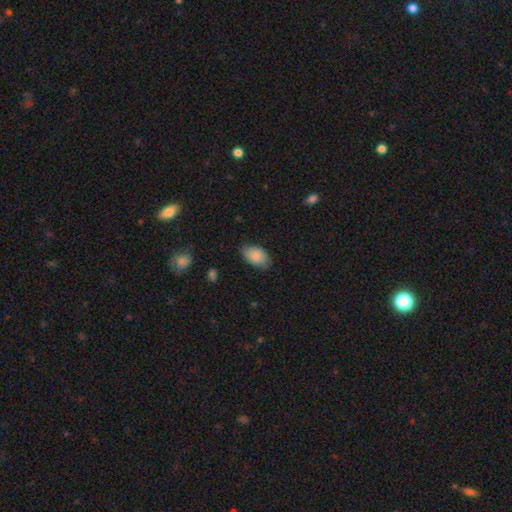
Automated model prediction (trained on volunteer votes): smooth-or-featured: smooth: 85% | featured or disk: 8% | star or artifact: 7%
  how-rounded: in between: 89% | round: 9% | cigar-shaped: 1%
  merging: none: 70% | minor disturbance: 24% | major disturbance: 5% | merger: 1%